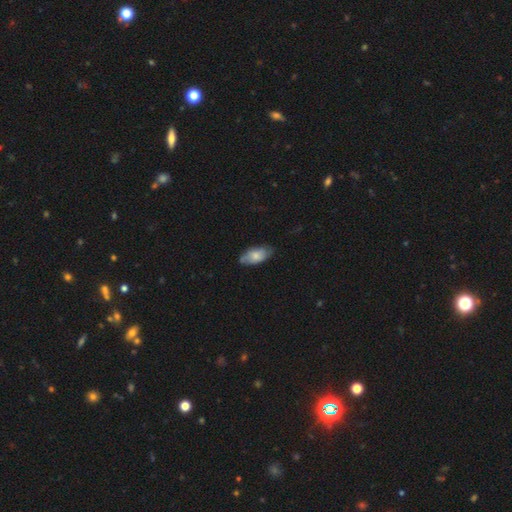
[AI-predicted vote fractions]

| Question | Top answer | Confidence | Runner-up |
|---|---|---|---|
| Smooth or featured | smooth | 68% | featured or disk (26%) |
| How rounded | in between | 90% | cigar-shaped (7%) |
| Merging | none | 72% | minor disturbance (23%) |